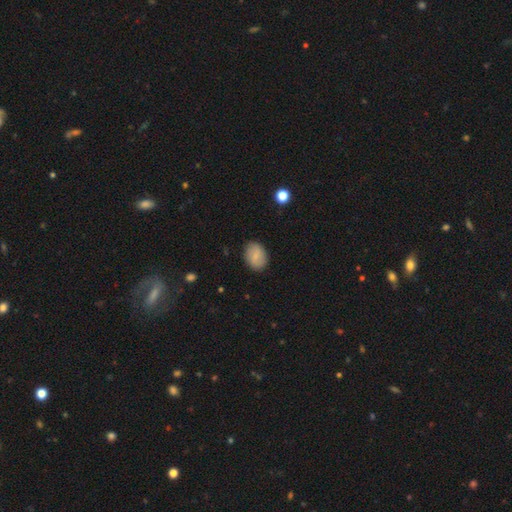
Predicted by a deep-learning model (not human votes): smooth-or-featured: smooth: 79% | featured or disk: 13% | star or artifact: 7%
  how-rounded: in between: 71% | round: 27% | cigar-shaped: 1%
  merging: none: 86% | minor disturbance: 10% | major disturbance: 2% | merger: 1%